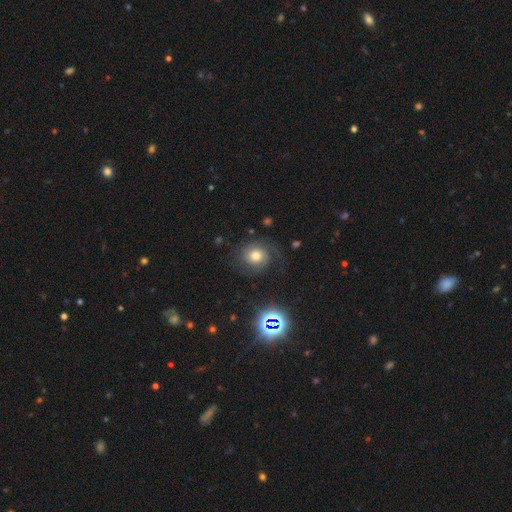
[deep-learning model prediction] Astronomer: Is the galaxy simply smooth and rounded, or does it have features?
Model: featured or disk — 59%.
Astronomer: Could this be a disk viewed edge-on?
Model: no — 97%.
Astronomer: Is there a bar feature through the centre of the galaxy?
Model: no — 76%.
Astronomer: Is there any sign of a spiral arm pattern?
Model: yes — 92%.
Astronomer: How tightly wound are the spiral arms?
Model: tight — 44% (runner-up: medium, 39%).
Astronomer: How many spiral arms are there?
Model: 2 — 62%.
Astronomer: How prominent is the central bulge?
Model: moderate — 58%.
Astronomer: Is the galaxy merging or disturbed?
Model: none — 69%.